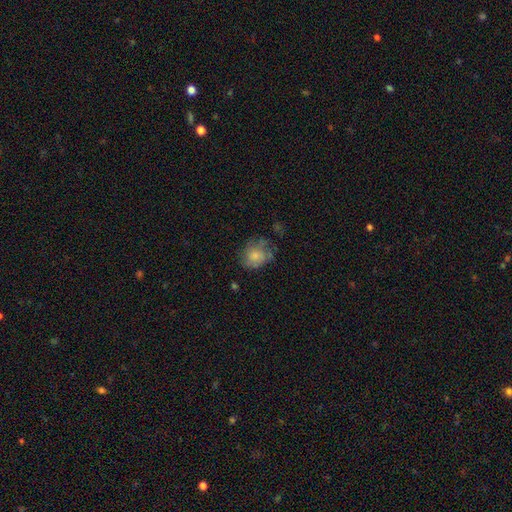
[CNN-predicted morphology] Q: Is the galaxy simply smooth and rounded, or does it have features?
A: smooth — 67%.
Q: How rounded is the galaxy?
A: round — 61%.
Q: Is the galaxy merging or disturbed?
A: none — 46%.